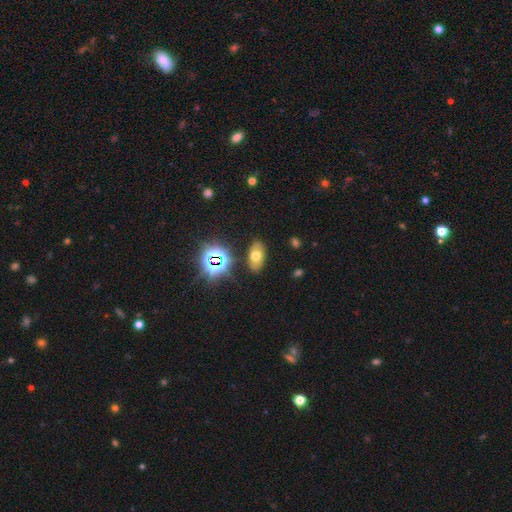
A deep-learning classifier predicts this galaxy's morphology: This appears to be a smooth galaxy with no disk features (57%) that is in between round and cigar-shaped (88%). Merging: none (84%).